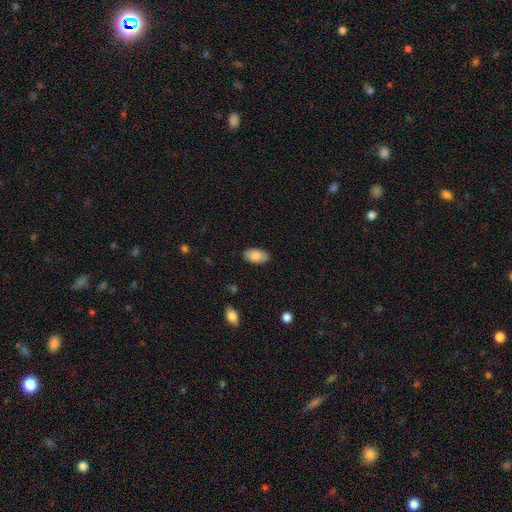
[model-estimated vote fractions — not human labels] smooth_or_featured: smooth (p=0.84) [alt: featured or disk p=0.10]
how_rounded: in between (p=0.94) [alt: round p=0.04]
merging: none (p=0.86) [alt: minor disturbance p=0.11]